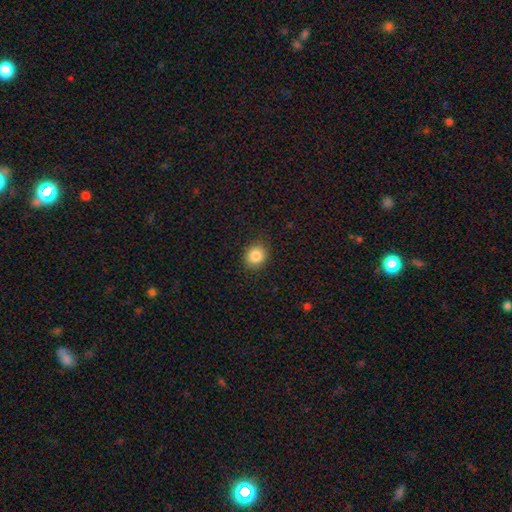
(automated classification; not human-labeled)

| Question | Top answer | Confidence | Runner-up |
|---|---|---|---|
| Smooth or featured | smooth | 86% | star or artifact (9%) |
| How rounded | round | 76% | in between (23%) |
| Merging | none | 89% | minor disturbance (8%) |